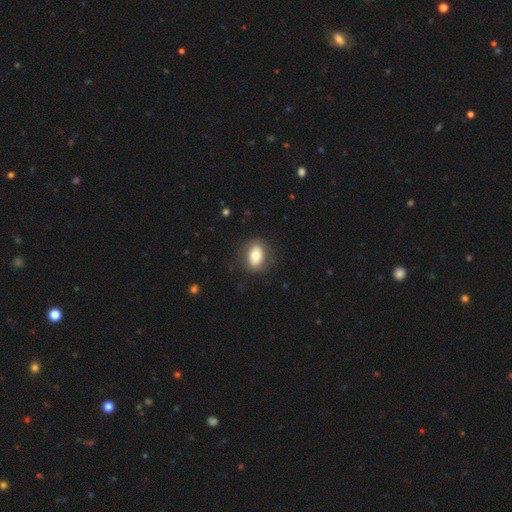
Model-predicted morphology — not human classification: Q: Smooth or featured?
A: smooth (70%); runner-up: featured or disk (22%)
Q: How rounded?
A: in between (76%); runner-up: round (23%)
Q: Merging?
A: none (83%); runner-up: minor disturbance (12%)